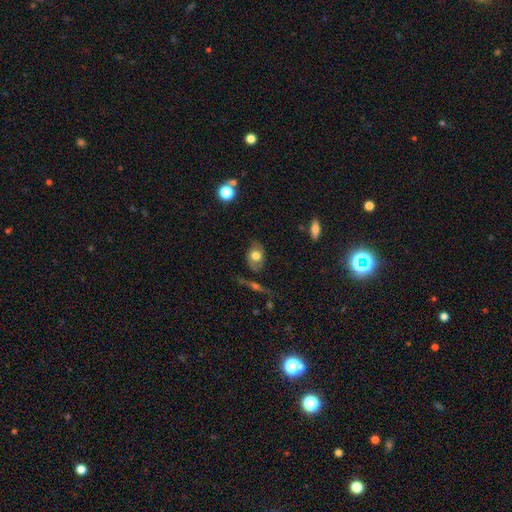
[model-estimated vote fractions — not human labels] smooth 62%, featured or disk 30%, star or artifact 8%. Down the decision tree: how rounded — in between (74%); merging — none (71%).